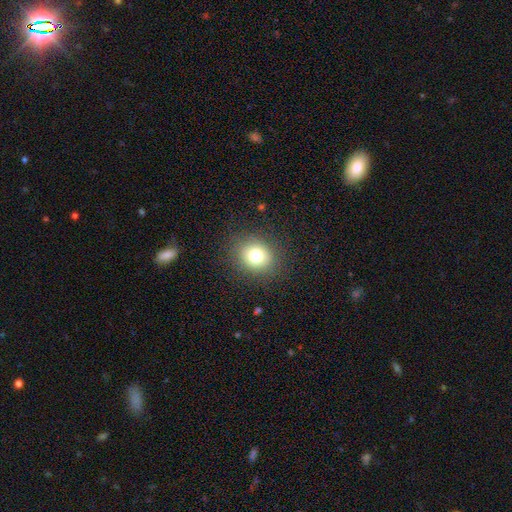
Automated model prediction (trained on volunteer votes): Overall: smooth (76%). How rounded: round (72%). Merging: none (87%).